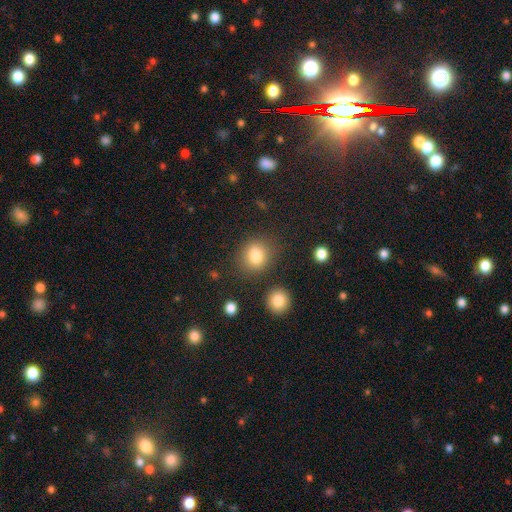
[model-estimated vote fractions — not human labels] This is clearly a smooth galaxy (81%). How rounded: likely round (74%). Merging: likely none (79%).